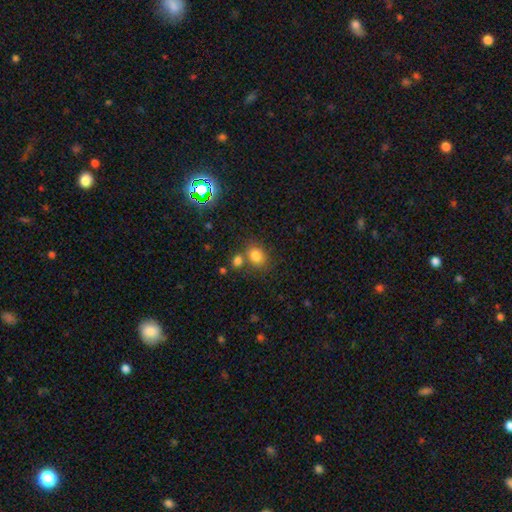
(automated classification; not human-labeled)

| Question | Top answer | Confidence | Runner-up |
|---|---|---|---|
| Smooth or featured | smooth | 80% | star or artifact (12%) |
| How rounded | round | 52% | in between (47%) |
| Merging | none | 61% | merger (23%) |